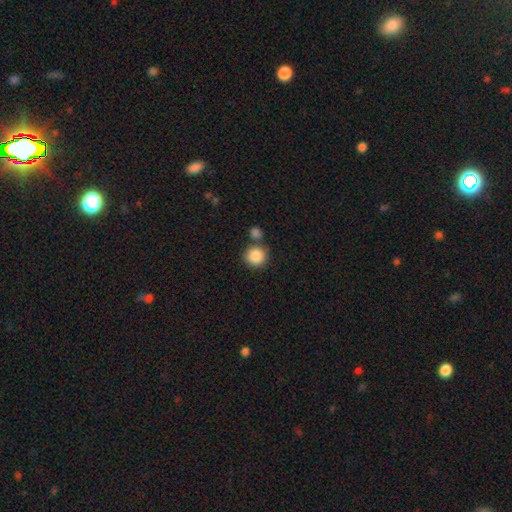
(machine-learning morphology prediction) type=smooth (87%); roundness=round (92%); merging=none (71%).